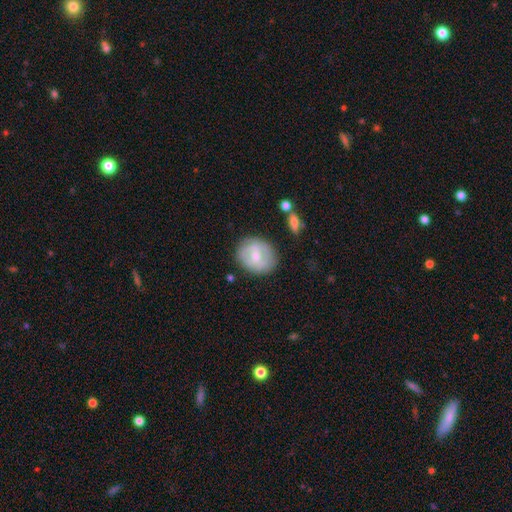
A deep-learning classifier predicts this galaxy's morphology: This is possibly a smooth galaxy (50%). Merging: likely none (79%).